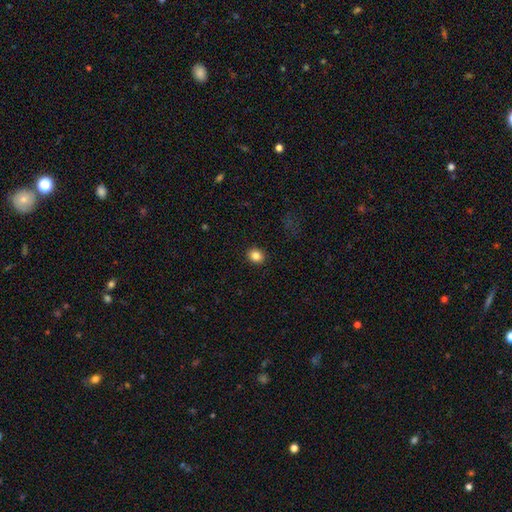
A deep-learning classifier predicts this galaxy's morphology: type=smooth (84%); roundness=round (66%); merging=none (91%).